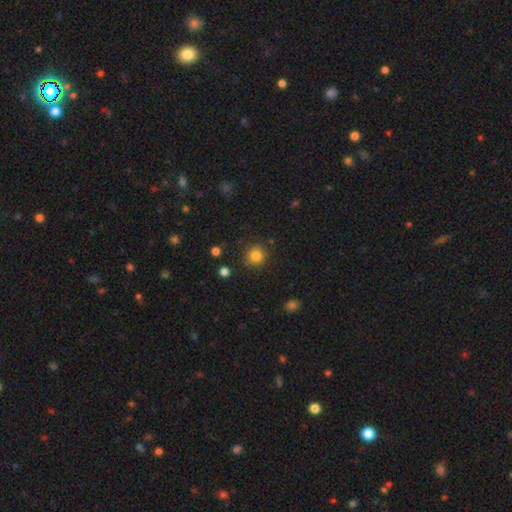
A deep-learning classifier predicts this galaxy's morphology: Smooth or featured? Predicted: smooth (p=0.82). How rounded? Predicted: round (p=0.89). Merging? Predicted: none (p=0.83).